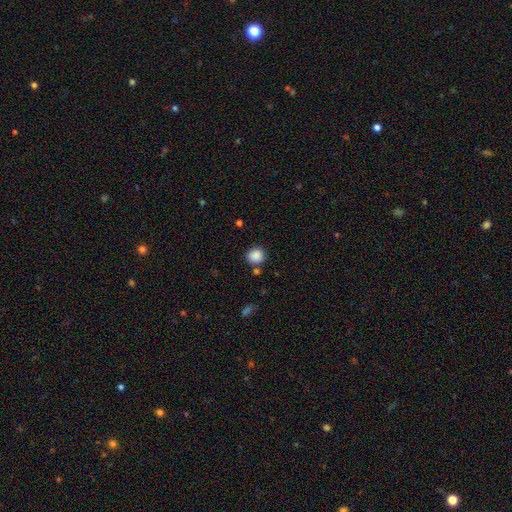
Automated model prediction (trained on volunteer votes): A smooth galaxy with no disk features (87%) that is round (87%). Merging: none (80%).